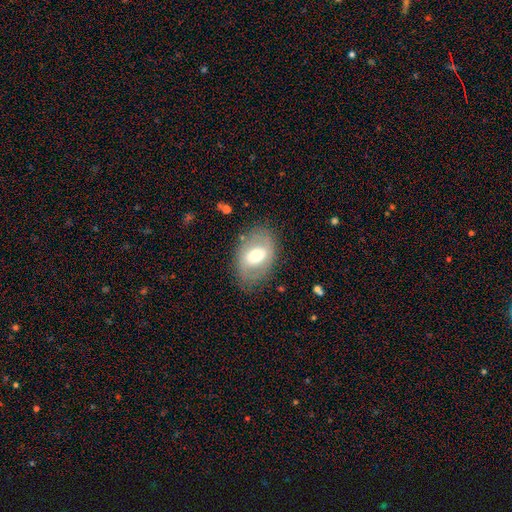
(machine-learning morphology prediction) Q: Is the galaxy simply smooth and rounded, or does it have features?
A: smooth — 48%.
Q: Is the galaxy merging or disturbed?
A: none — 75%.